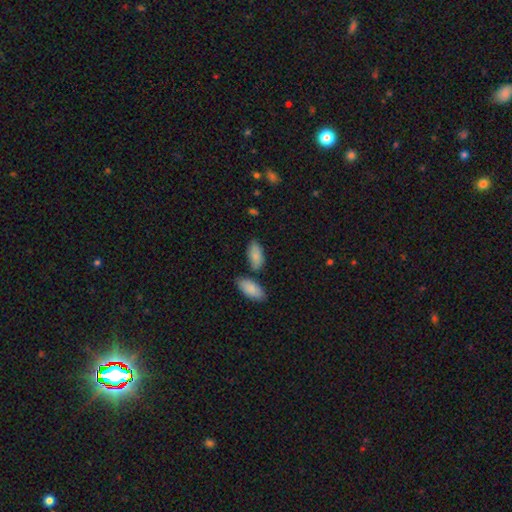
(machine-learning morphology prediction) smooth_or_featured: smooth (p=0.86) [alt: featured or disk p=0.08]
how_rounded: in between (p=0.92) [alt: cigar-shaped p=0.05]
merging: none (p=0.64) [alt: minor disturbance p=0.17]